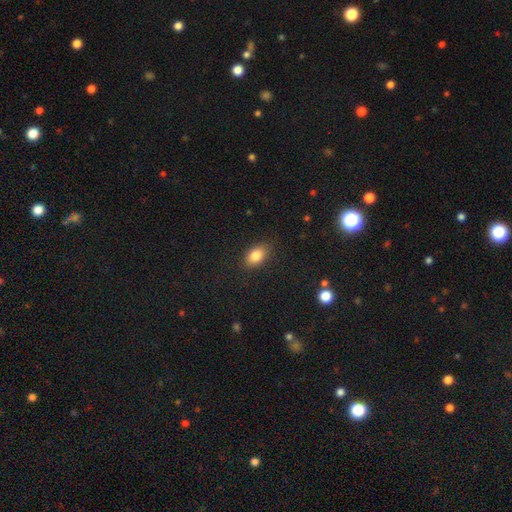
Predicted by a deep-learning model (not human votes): A smooth galaxy with no disk features (84%) that is in between round and cigar-shaped (86%).

Vote fractions:
- Smooth or featured? smooth: 84% / star or artifact: 9% / featured or disk: 8%
- How rounded? in between: 86% / round: 11% / cigar-shaped: 3%
- Merging? none: 85% / minor disturbance: 11% / major disturbance: 3% / merger: 1%